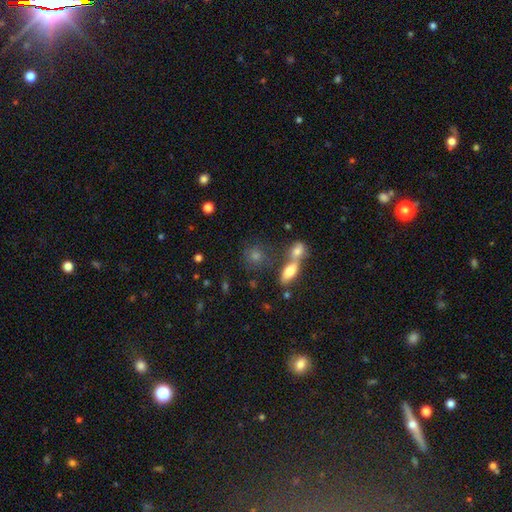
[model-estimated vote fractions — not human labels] A smooth galaxy with no disk features (65%) that is round (57%).

Vote fractions:
- Smooth or featured? smooth: 65% / star or artifact: 19% / featured or disk: 17%
- How rounded? round: 57% / in between: 33% / cigar-shaped: 10%
- Merging? none: 55% / merger: 30% / minor disturbance: 10% / major disturbance: 5%